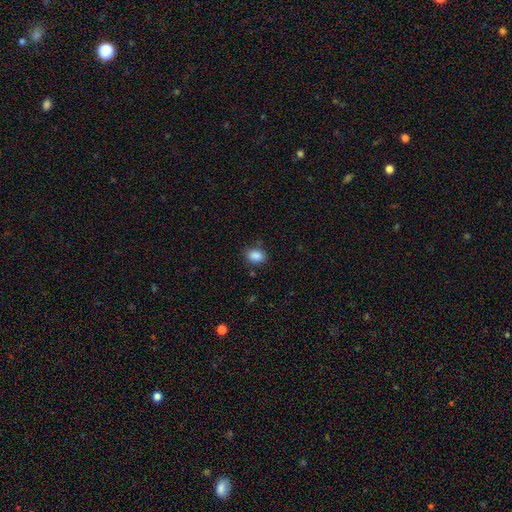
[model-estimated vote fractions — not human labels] Smooth or featured: smooth — 87% (star or artifact — 9%)
How rounded: in between — 70% (round — 28%)
Merging: none — 80% (minor disturbance — 15%)